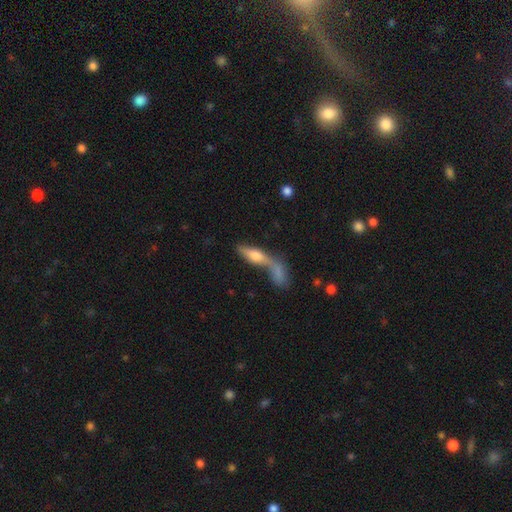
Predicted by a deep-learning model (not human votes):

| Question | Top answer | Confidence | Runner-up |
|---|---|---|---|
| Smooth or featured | smooth | 55% | featured or disk (37%) |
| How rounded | cigar-shaped | 54% | in between (42%) |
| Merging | merger | 51% | none (32%) |